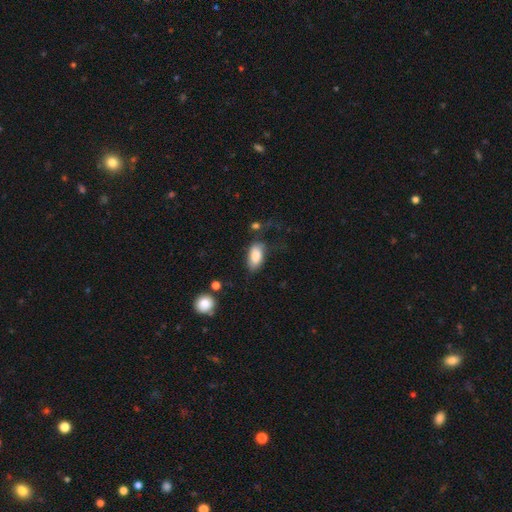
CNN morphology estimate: A smooth galaxy with no disk features (84%) that is in between round and cigar-shaped (92%).

Vote fractions:
- Smooth or featured? smooth: 84% / featured or disk: 9% / star or artifact: 7%
- How rounded? in between: 92% / cigar-shaped: 4% / round: 3%
- Merging? none: 62% / minor disturbance: 24% / major disturbance: 10% / merger: 3%